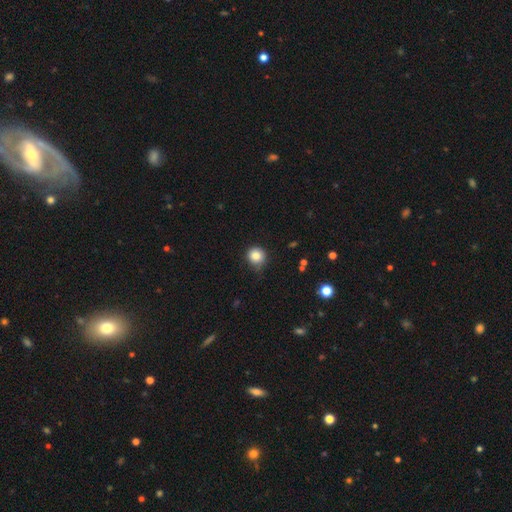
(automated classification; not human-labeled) This is clearly a smooth galaxy (84%). How rounded: clearly round (89%). Merging: likely none (71%).